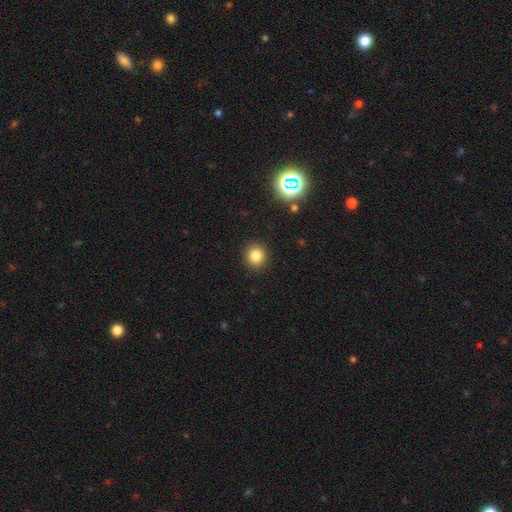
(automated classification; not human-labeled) Smooth or featured? smooth (81%)
How rounded? round (84%)
Merging? none (91%)